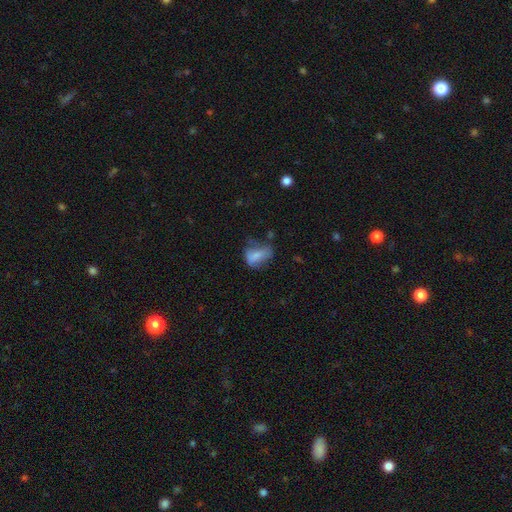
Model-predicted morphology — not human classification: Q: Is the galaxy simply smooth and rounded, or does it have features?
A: smooth — 67%.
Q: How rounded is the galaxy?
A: in between — 81%.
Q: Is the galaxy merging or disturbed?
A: none — 36%.